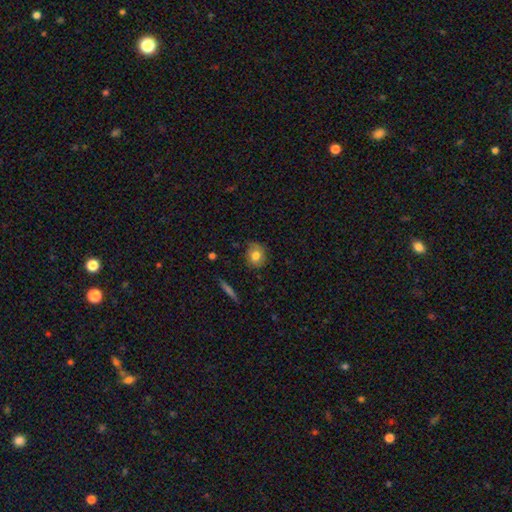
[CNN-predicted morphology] This is likely a smooth galaxy (75%). How rounded: likely round (76%). Merging: likely none (80%).